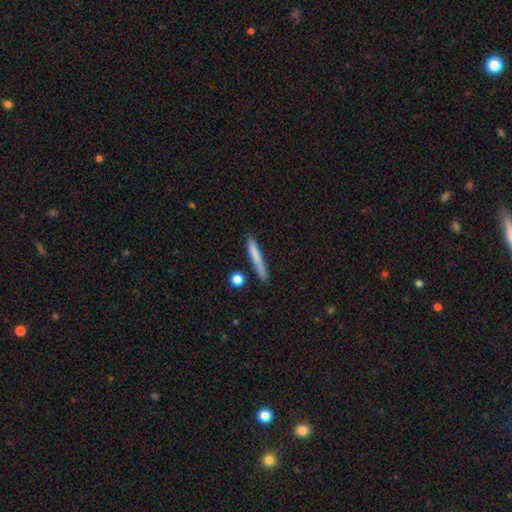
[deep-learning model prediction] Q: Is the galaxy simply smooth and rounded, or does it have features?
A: smooth — 73%.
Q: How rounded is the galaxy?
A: cigar-shaped — 94%.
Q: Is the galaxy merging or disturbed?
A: none — 79%.